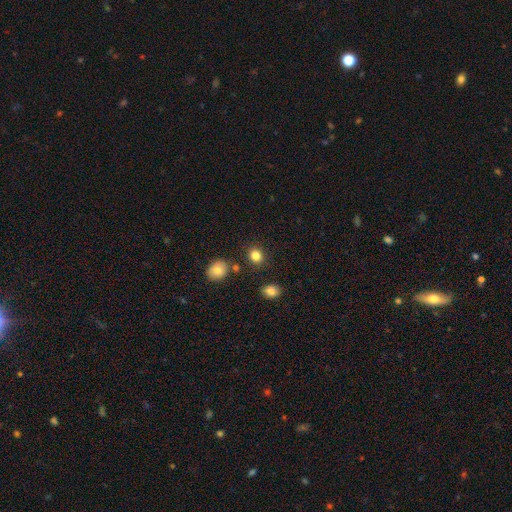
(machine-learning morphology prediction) Smooth or featured: smooth — 83% (star or artifact — 11%)
How rounded: round — 71% (in between — 28%)
Merging: none — 85% (minor disturbance — 8%)